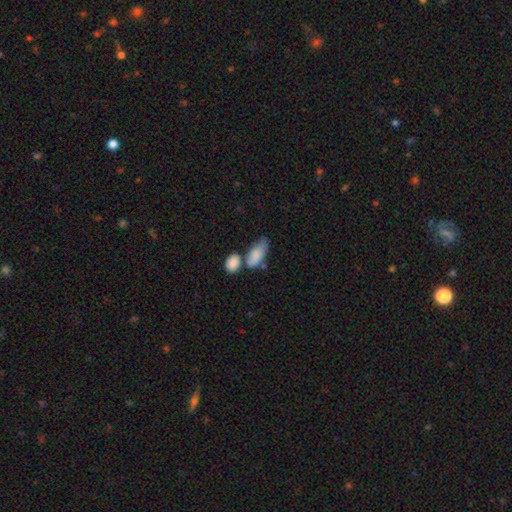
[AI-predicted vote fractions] Smooth or featured: smooth — 82% (featured or disk — 12%)
How rounded: in between — 87% (cigar-shaped — 9%)
Merging: none — 40% (merger — 29%)